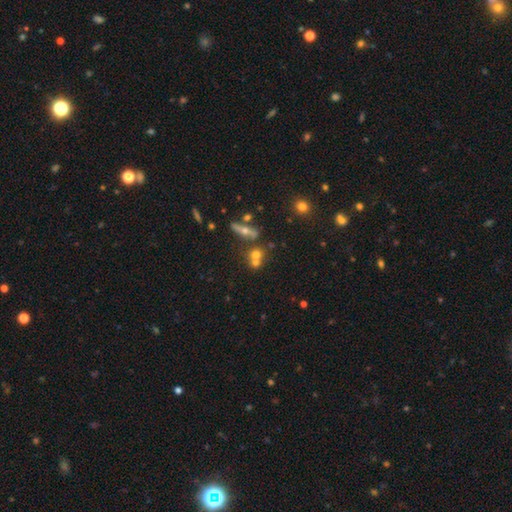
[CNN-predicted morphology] smooth-or-featured: smooth: 52% | featured or disk: 28% | star or artifact: 20%
  how-rounded: round: 66% | in between: 25% | cigar-shaped: 8%
  merging: merger: 44% | none: 43% | minor disturbance: 8% | major disturbance: 4%